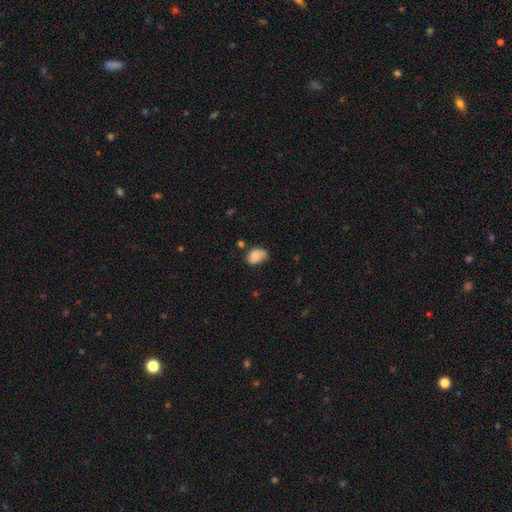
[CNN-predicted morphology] Overall: smooth (71%). How rounded: in between (77%). Merging: none (45%; minor disturbance 35%).